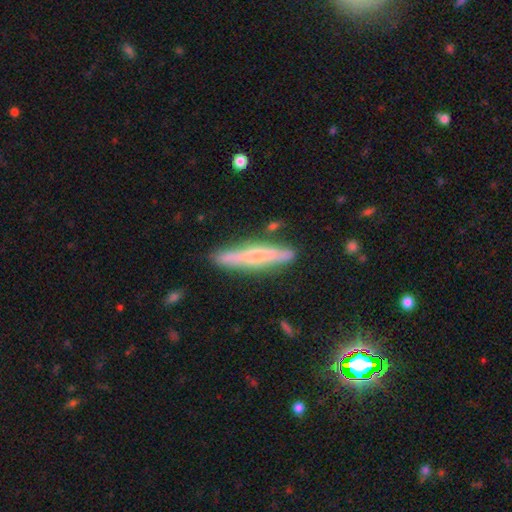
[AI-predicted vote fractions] This appears to be a featured or disk galaxy (50%). Merging: none (80%).